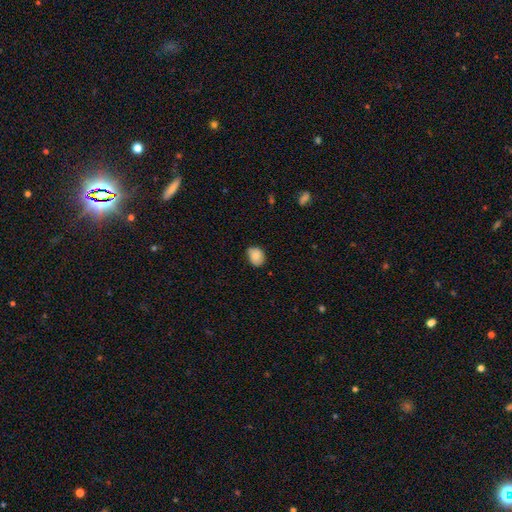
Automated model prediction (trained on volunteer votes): Smooth or featured: smooth — 83% (featured or disk — 9%)
How rounded: in between — 53% (round — 47%)
Merging: none — 70% (minor disturbance — 25%)